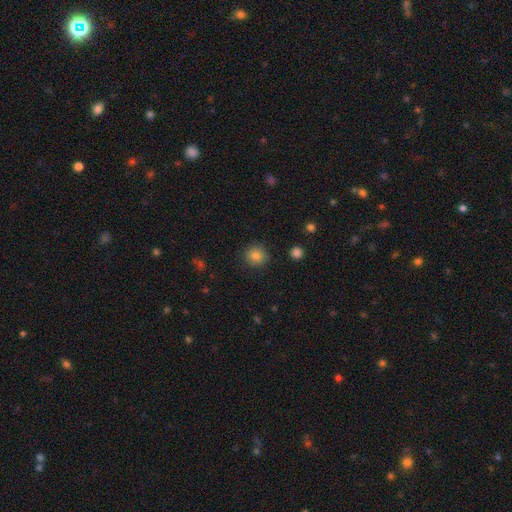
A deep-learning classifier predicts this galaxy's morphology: Smooth or featured? Predicted: smooth (p=0.83). How rounded? Predicted: round (p=0.92). Merging? Predicted: none (p=0.89).